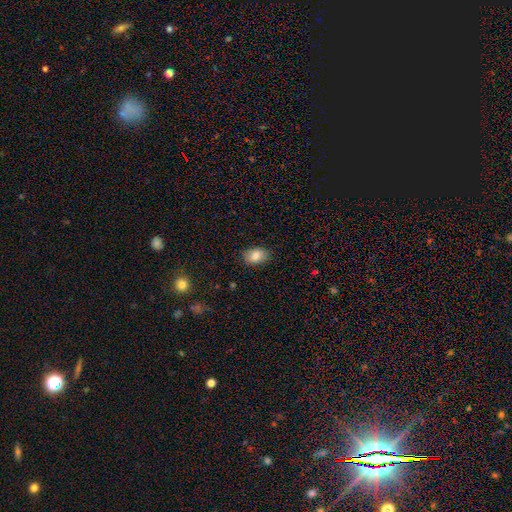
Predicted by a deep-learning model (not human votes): smooth 82%, featured or disk 10%, star or artifact 8%. Down the decision tree: how rounded — in between (87%); merging — none (84%).